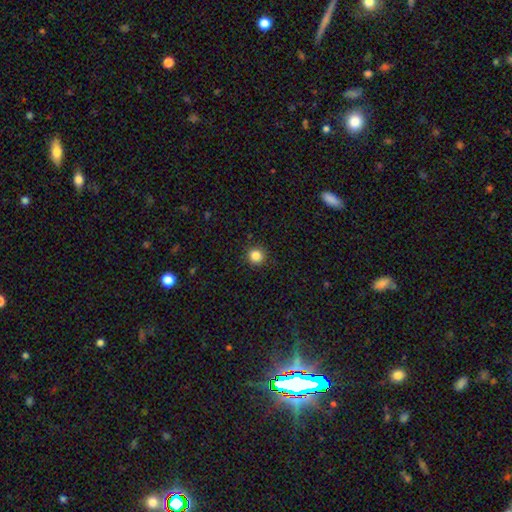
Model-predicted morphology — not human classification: Overall: smooth (85%). How rounded: round (94%). Merging: none (92%).